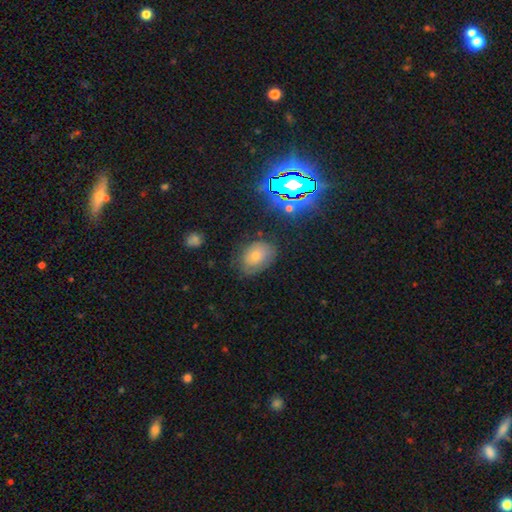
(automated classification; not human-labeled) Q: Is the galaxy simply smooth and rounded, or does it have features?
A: smooth — 68%.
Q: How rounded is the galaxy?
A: in between — 76%.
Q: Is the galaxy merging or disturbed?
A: none — 68%.